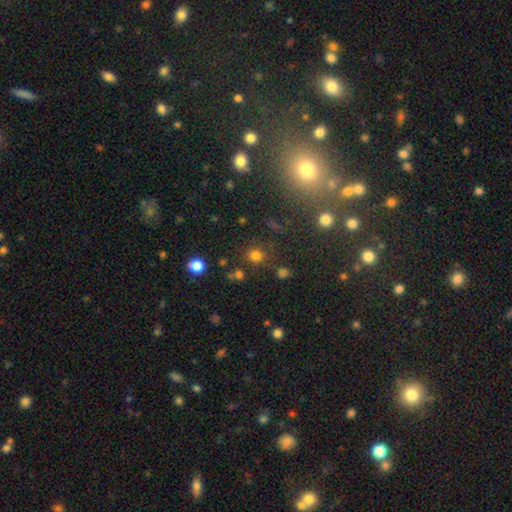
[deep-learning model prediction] A smooth galaxy with no disk features (72%) that is round (87%). Merging: none (81%).